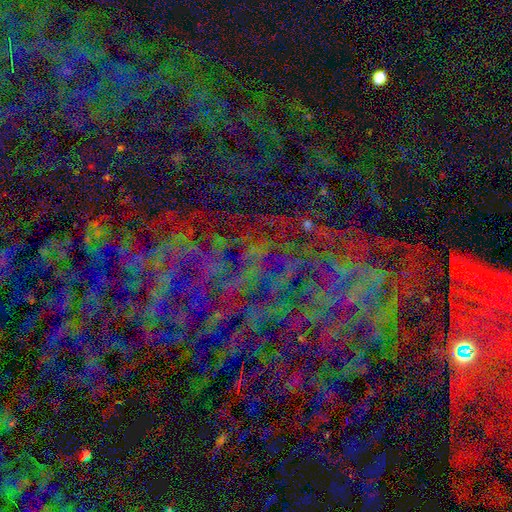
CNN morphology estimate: Smooth or featured? Predicted: star or artifact (p=0.77).